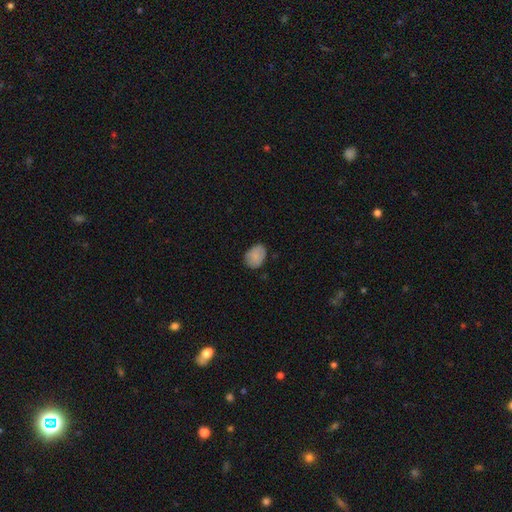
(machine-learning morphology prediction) The model was most divided on "how rounded": in between: 70%, round: 29%, cigar-shaped: 1%. More confident: smooth or featured — smooth (82%); merging — none (74%).